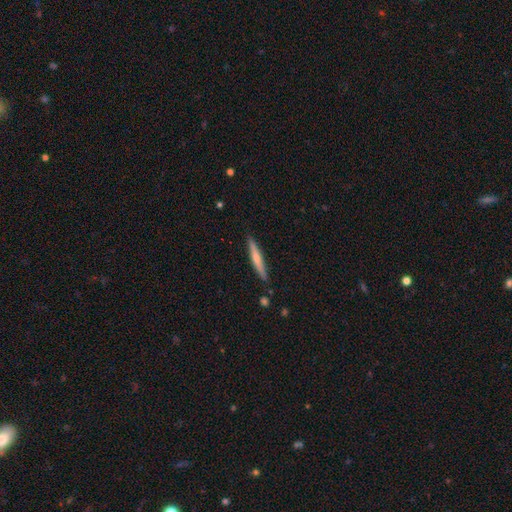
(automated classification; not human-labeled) smooth-or-featured: smooth: 48% | featured or disk: 46% | star or artifact: 6%
  merging: none: 88% | minor disturbance: 8% | merger: 2% | major disturbance: 1%